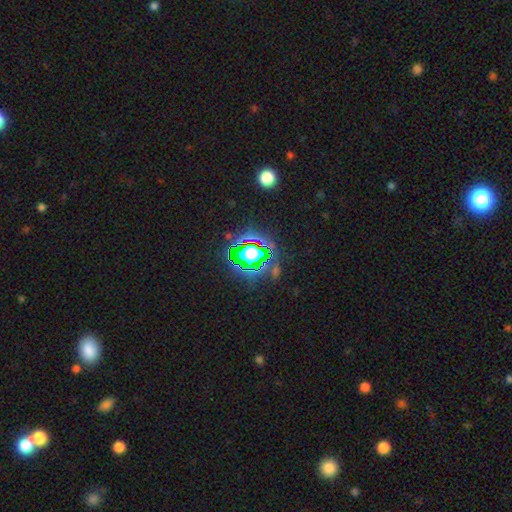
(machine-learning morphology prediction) Smooth or featured? Predicted: star or artifact (p=0.69).